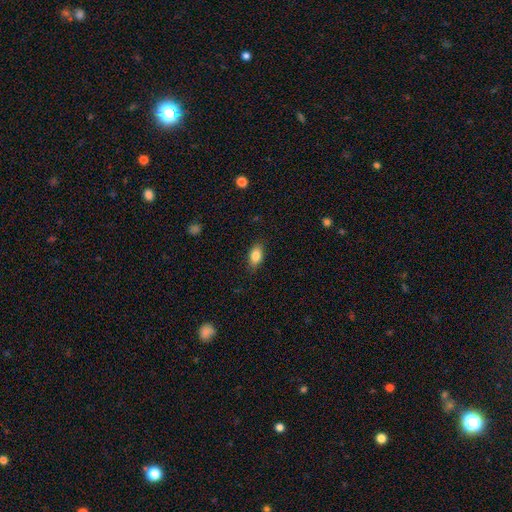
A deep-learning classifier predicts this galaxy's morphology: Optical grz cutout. It shows a smooth galaxy with no disk features (85%) that is in between round and cigar-shaped (88%). Merging: none (85%).